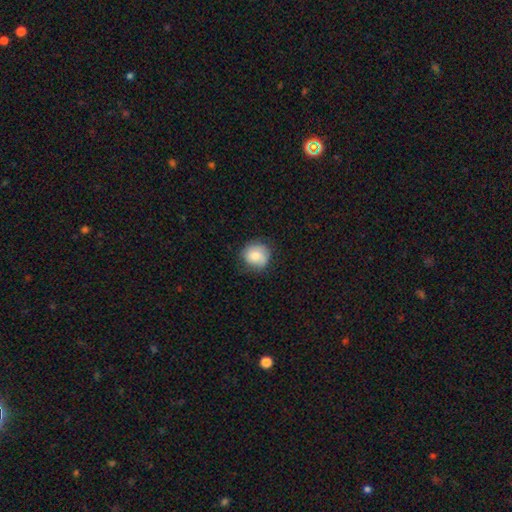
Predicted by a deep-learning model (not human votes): Smooth or featured: smooth — 76% (featured or disk — 16%)
How rounded: round — 84% (in between — 15%)
Merging: none — 72% (minor disturbance — 22%)